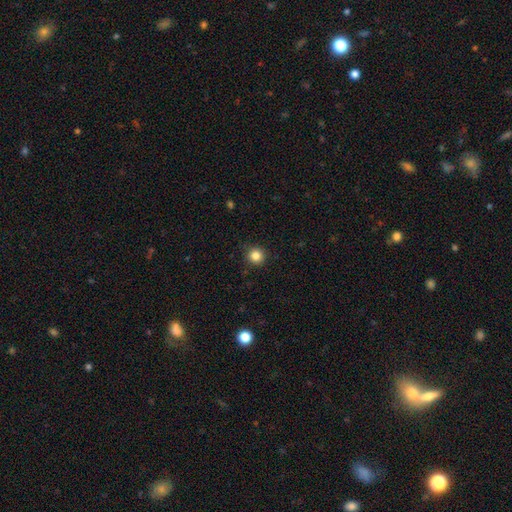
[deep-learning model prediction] Smooth or featured: smooth — 84% (star or artifact — 12%)
How rounded: round — 95% (in between — 4%)
Merging: none — 91% (minor disturbance — 7%)